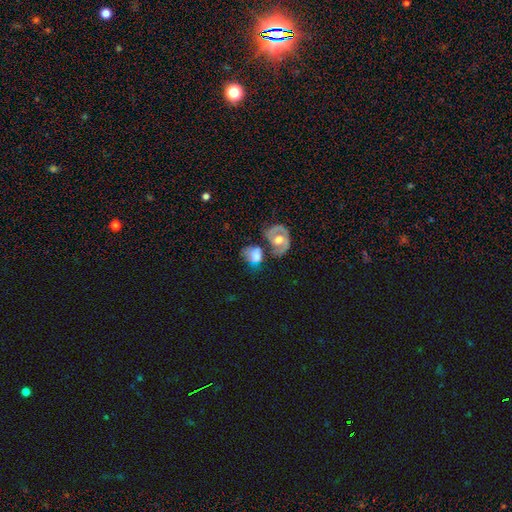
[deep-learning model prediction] The model was most divided on "merging": merger: 39%, none: 30%, minor disturbance: 17%, major disturbance: 14%. More confident: how rounded — in between (65%); smooth or featured — smooth (53%).